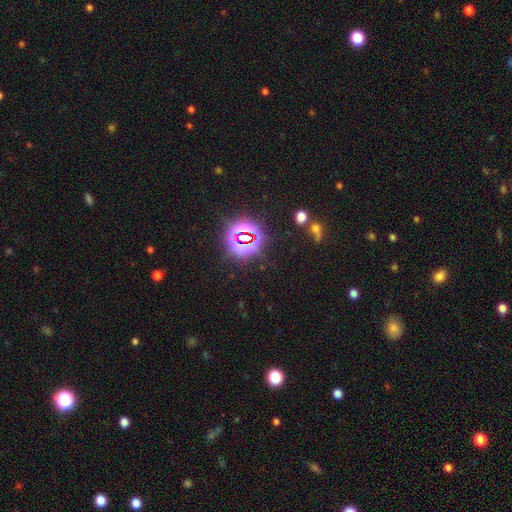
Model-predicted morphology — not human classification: Smooth or featured? star or artifact (82%)